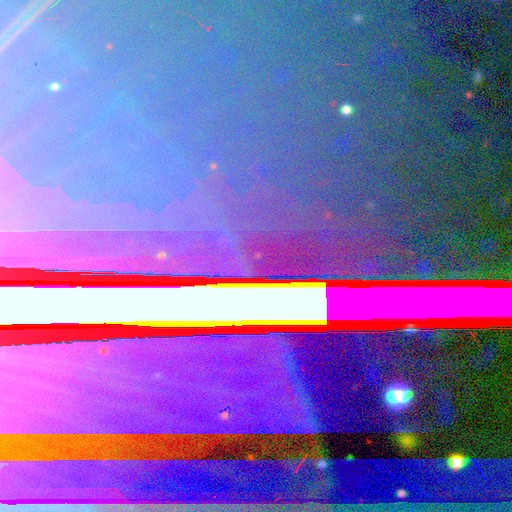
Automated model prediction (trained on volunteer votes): This is likely a star or artifact rather than a galaxy (70%).